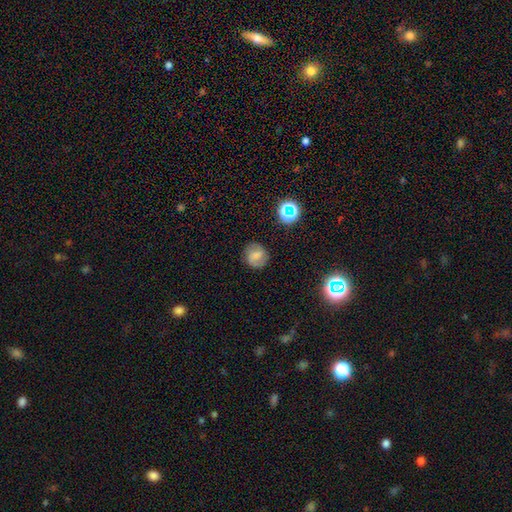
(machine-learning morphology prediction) This is possibly a smooth galaxy (53%). How rounded: clearly round (81%). Merging: clearly none (82%).